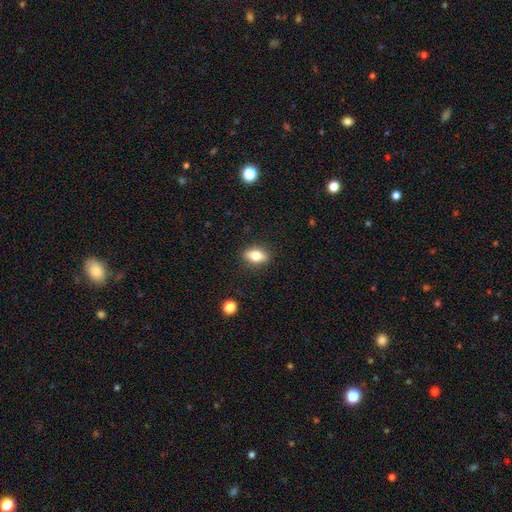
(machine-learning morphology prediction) This appears to be a smooth galaxy with no disk features (69%) that is in between round and cigar-shaped (79%). Merging: none (87%).